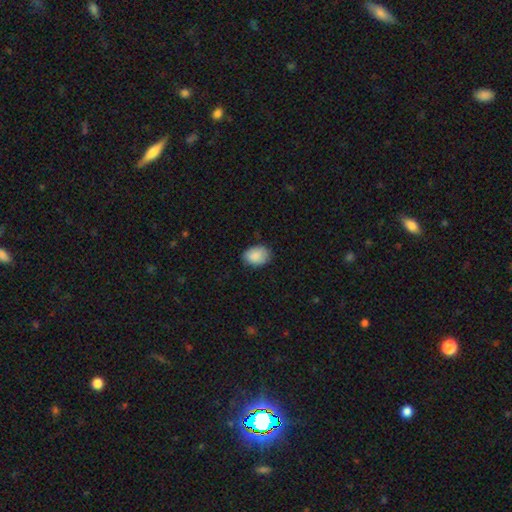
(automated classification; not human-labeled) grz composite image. It shows a smooth galaxy with no disk features (88%) that is in between round and cigar-shaped (74%). Merging: none (79%).